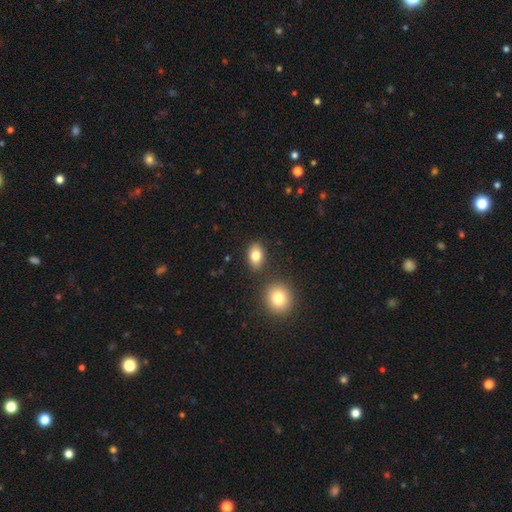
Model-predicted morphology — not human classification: Smooth or featured? Predicted: smooth (p=0.82). How rounded? Predicted: in between (p=0.80). Merging? Predicted: none (p=0.80).